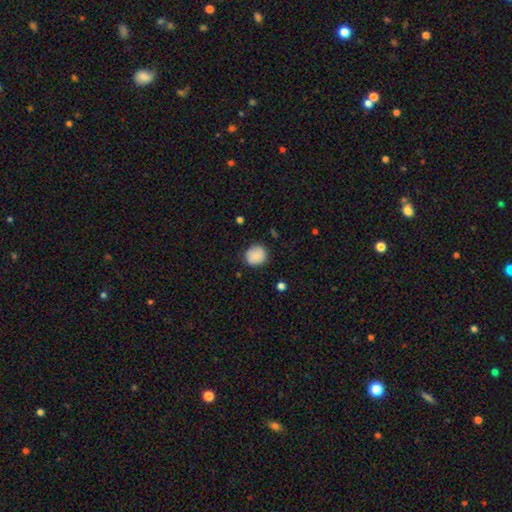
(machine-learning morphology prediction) smooth-or-featured: smooth: 85% | star or artifact: 7% | featured or disk: 7%
  how-rounded: round: 82% | in between: 17% | cigar-shaped: 1%
  merging: none: 78% | minor disturbance: 17% | major disturbance: 3% | merger: 1%